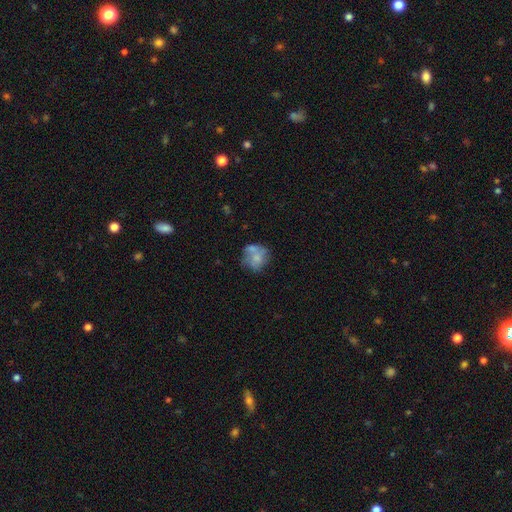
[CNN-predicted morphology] A smooth galaxy with no disk features (52%) that is round (70%). Merging: none (44%).